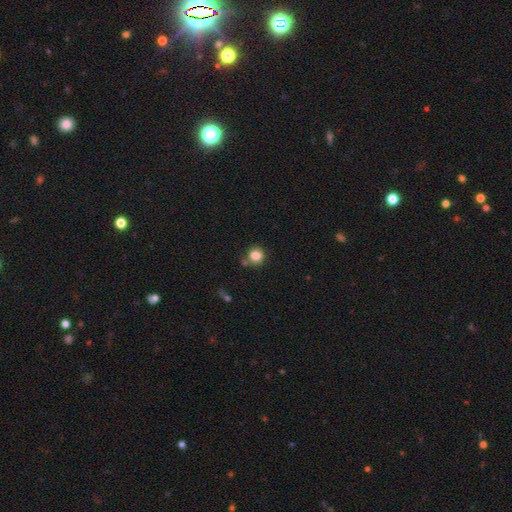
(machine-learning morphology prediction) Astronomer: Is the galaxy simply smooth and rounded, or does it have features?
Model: smooth — 83%.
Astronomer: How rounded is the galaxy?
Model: round — 85%.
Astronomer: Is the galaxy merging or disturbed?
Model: none — 72%.